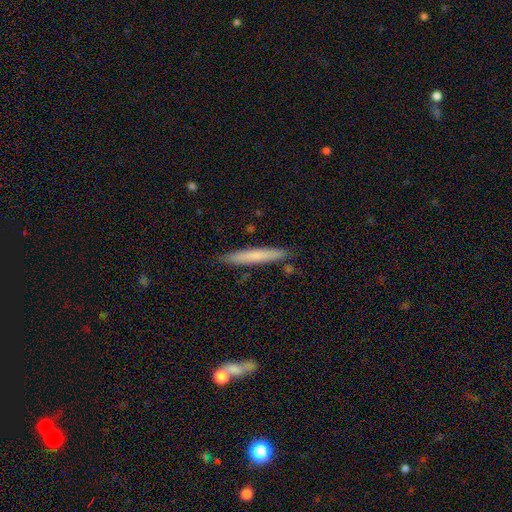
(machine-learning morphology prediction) Smooth or featured? Predicted: smooth (p=0.68). How rounded? Predicted: cigar-shaped (p=0.96). Merging? Predicted: none (p=0.87).